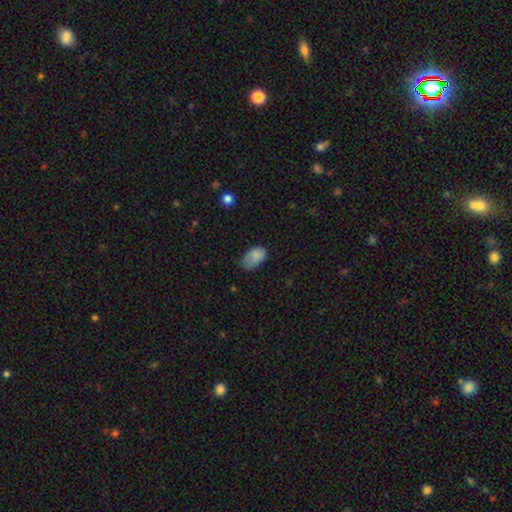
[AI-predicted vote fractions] Smooth or featured?
  - smooth: 81% *
  - featured or disk: 10%
  - star or artifact: 9%
How rounded?
  - in between: 91% *
  - round: 8%
  - cigar-shaped: 1%
Merging?
  - none: 46% *
  - minor disturbance: 39%
  - major disturbance: 14%
  - merger: 2%